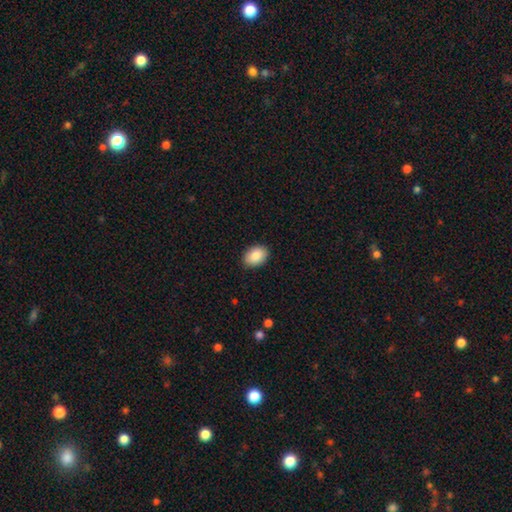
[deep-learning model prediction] Q: Smooth or featured?
A: smooth (86%); runner-up: star or artifact (7%)
Q: How rounded?
A: in between (80%); runner-up: round (19%)
Q: Merging?
A: none (88%); runner-up: minor disturbance (9%)